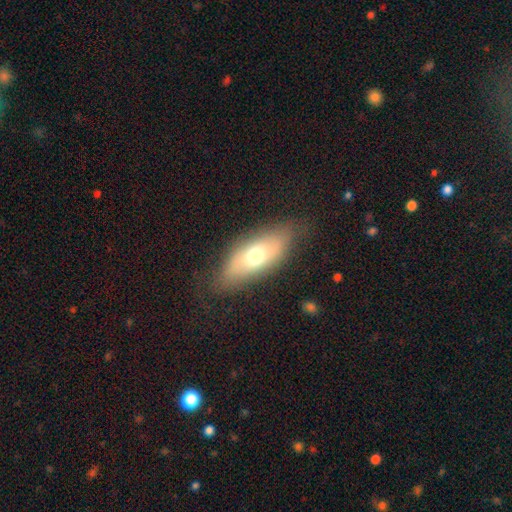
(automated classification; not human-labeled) This appears to be a smooth galaxy with no disk features (64%) that is in between round and cigar-shaped (76%). Merging: none (77%).